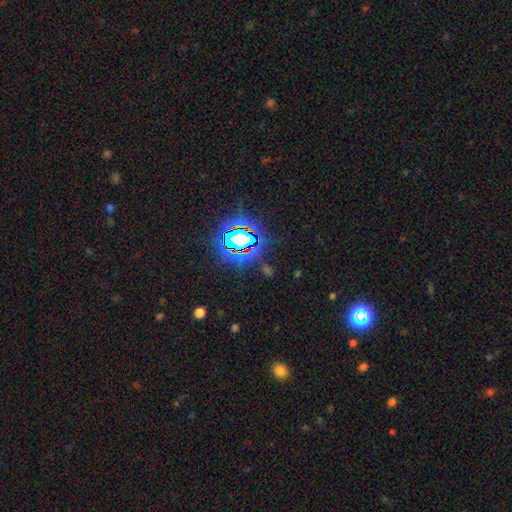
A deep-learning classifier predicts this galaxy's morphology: A star or artifact, not a galaxy (80%).

Vote fractions:
- Smooth or featured? star or artifact: 80% / smooth: 12% / featured or disk: 8%